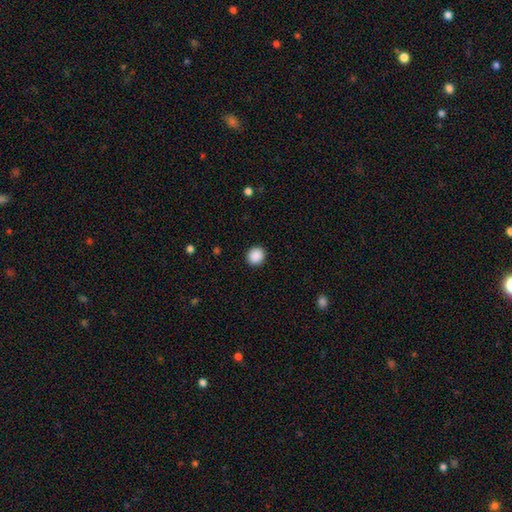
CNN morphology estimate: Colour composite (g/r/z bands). It shows a smooth galaxy with no disk features (89%) that is round (86%). Merging: none (92%).